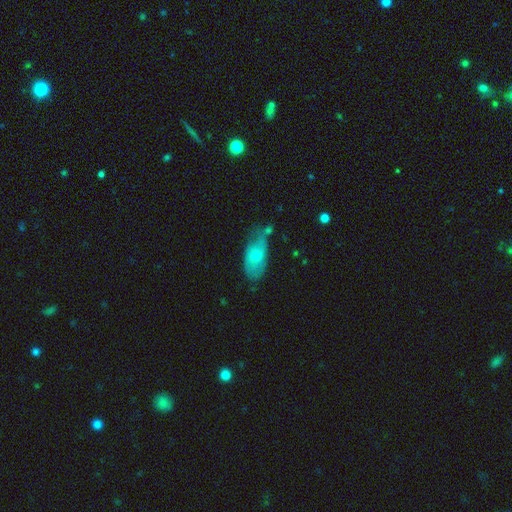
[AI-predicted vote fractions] A smooth galaxy with no disk features (66%) that is in between round and cigar-shaped (91%). Merging: none (48%).